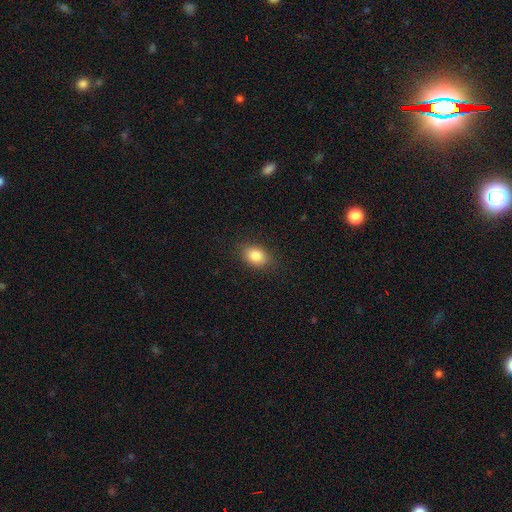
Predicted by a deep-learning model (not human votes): This appears to be a smooth galaxy with no disk features (85%) that is in between round and cigar-shaped (76%). Merging: none (85%).